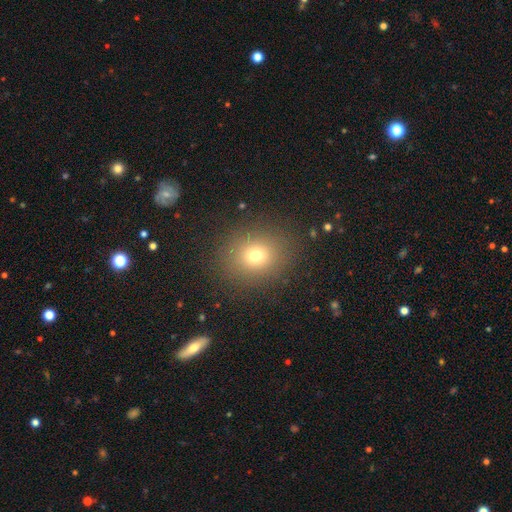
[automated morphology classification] Smooth or featured? smooth (71%)
How rounded? round (72%)
Merging? none (86%)